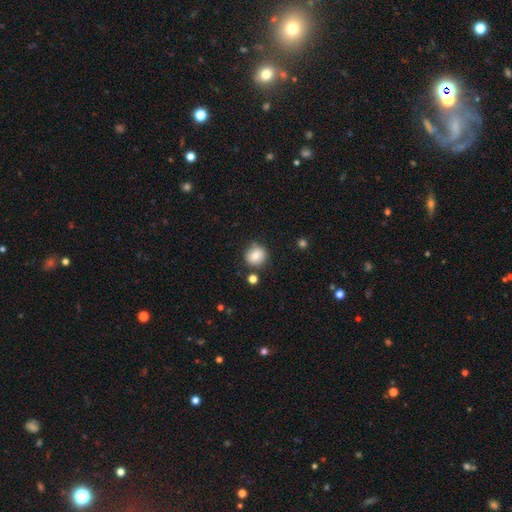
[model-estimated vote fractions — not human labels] A smooth galaxy with no disk features (82%) that is round (87%).

Vote fractions:
- Smooth or featured? smooth: 82% / star or artifact: 10% / featured or disk: 8%
- How rounded? round: 87% / in between: 12% / cigar-shaped: 1%
- Merging? none: 80% / minor disturbance: 12% / merger: 6% / major disturbance: 3%